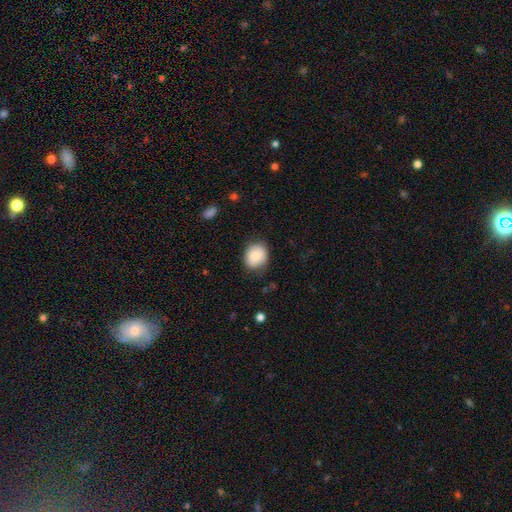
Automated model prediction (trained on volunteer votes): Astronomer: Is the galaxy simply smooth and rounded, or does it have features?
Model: smooth — 82%.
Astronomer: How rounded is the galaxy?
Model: round — 64%.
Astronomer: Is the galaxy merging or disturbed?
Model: none — 77%.